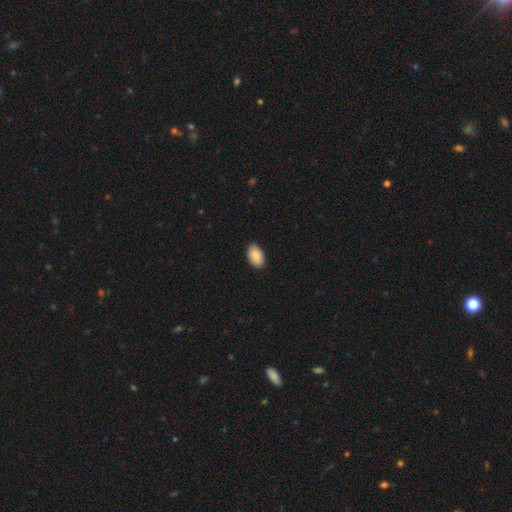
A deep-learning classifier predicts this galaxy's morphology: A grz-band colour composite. It shows a smooth galaxy with no disk features (87%) that is in between round and cigar-shaped (94%). Merging: none (87%).